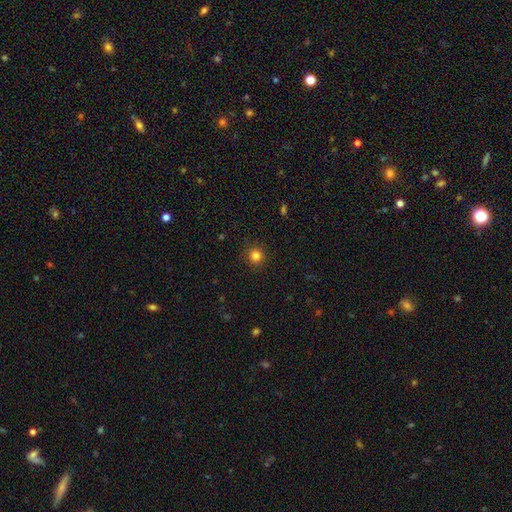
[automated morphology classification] Overall: smooth (82%). How rounded: round (94%). Merging: none (91%).